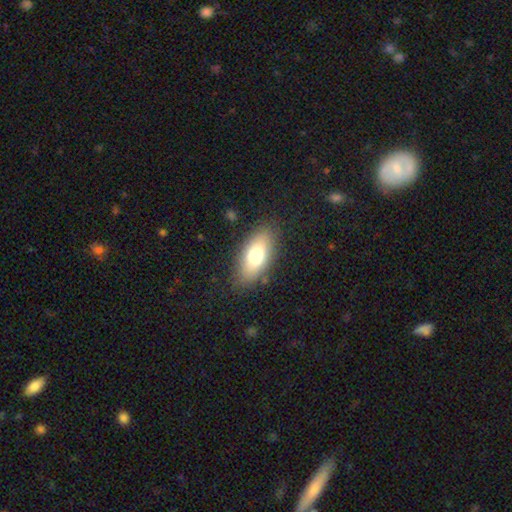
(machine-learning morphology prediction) A smooth galaxy with no disk features (74%) that is in between round and cigar-shaped (86%).

Vote fractions:
- Smooth or featured? smooth: 74% / featured or disk: 18% / star or artifact: 8%
- How rounded? in between: 86% / cigar-shaped: 10% / round: 4%
- Merging? none: 83% / minor disturbance: 11% / major disturbance: 4% / merger: 1%